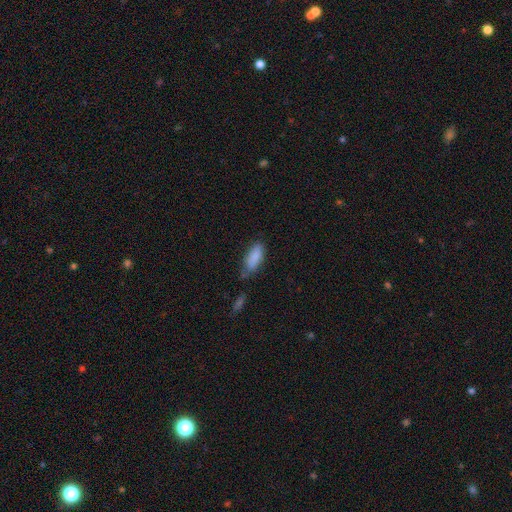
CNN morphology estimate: Smooth or featured?
  - smooth: 85% *
  - featured or disk: 8%
  - star or artifact: 7%
How rounded?
  - in between: 78% *
  - cigar-shaped: 20%
  - round: 2%
Merging?
  - none: 54% *
  - minor disturbance: 28%
  - merger: 10%
  - major disturbance: 8%